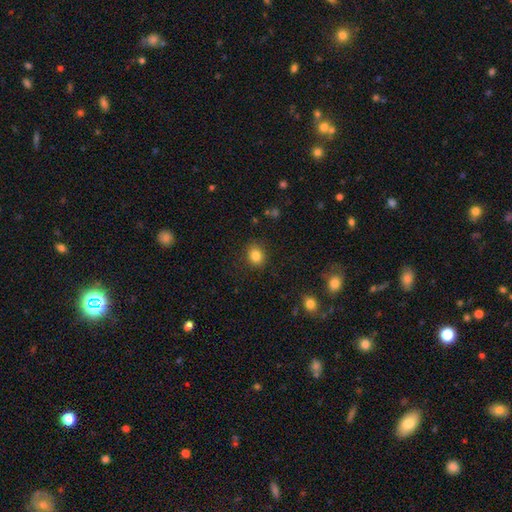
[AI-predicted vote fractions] Morphology: type=smooth (84%); roundness=round (64%); merging=none (87%).